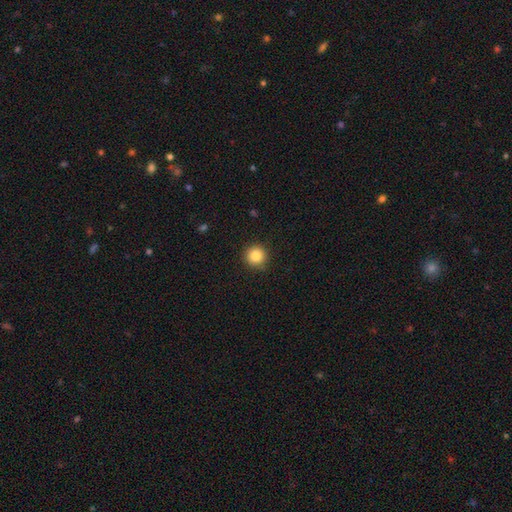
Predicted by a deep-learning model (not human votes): smooth 85%, star or artifact 10%, featured or disk 5%. Down the decision tree: how rounded — round (95%); merging — none (91%).